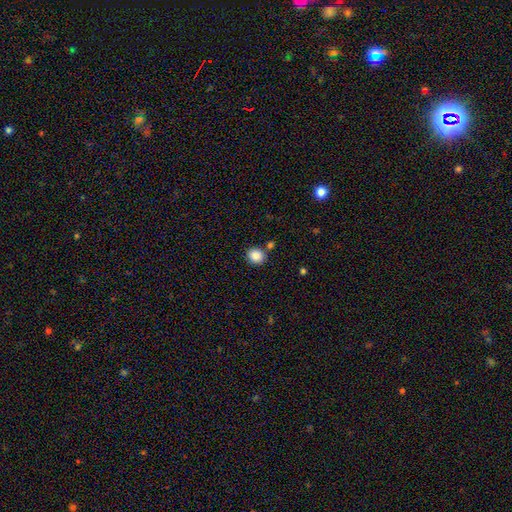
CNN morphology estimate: smooth 87%, star or artifact 9%, featured or disk 4%. Down the decision tree: how rounded — round (81%); merging — none (80%).